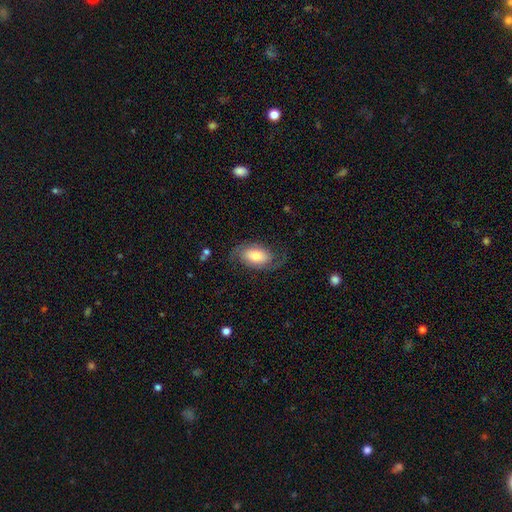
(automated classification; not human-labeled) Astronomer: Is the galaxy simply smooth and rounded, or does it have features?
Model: featured or disk — 61%.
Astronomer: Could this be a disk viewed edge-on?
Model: no — 95%.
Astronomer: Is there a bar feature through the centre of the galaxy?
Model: no — 59%.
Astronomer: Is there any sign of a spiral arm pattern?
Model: yes — 90%.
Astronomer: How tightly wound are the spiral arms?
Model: loose — 44% (runner-up: medium, 39%).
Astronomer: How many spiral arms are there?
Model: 2 — 87%.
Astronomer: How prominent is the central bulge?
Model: moderate — 55%.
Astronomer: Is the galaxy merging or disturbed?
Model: none — 68%.